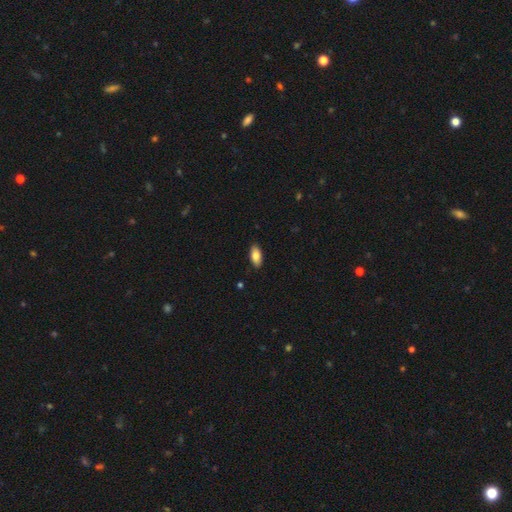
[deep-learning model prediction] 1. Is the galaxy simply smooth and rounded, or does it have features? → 83% smooth, 10% featured or disk, 7% star or artifact.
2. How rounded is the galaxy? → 91% in between, 7% cigar-shaped, 2% round.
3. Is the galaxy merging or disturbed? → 88% none, 9% minor disturbance, 2% major disturbance, 1% merger.